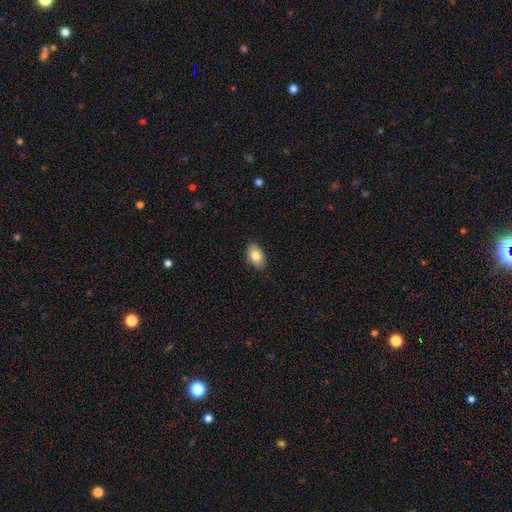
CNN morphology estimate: Overall: smooth (83%). How rounded: in between (91%). Merging: none (87%).